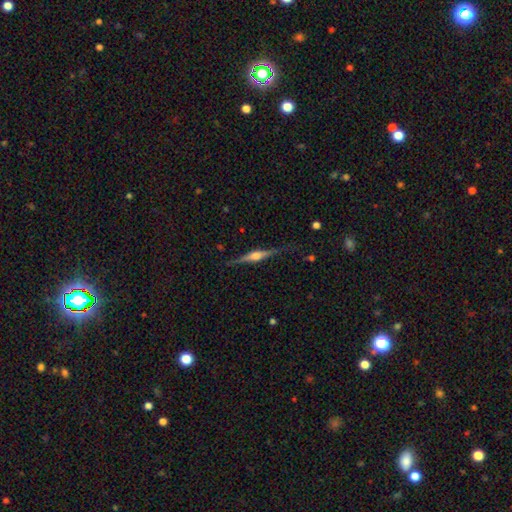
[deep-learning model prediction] A featured or disk galaxy (79%) viewed edge-on (98%) with a rounded central bulge (89%).

Vote fractions:
- Smooth or featured? featured or disk: 79% / smooth: 15% / star or artifact: 6%
- Edge-on disk? yes: 98% / no: 2%
- Edge-on bulge? rounded: 89% / boxy: 9% / none: 3%
- Merging? none: 84% / minor disturbance: 12% / major disturbance: 3% / merger: 1%